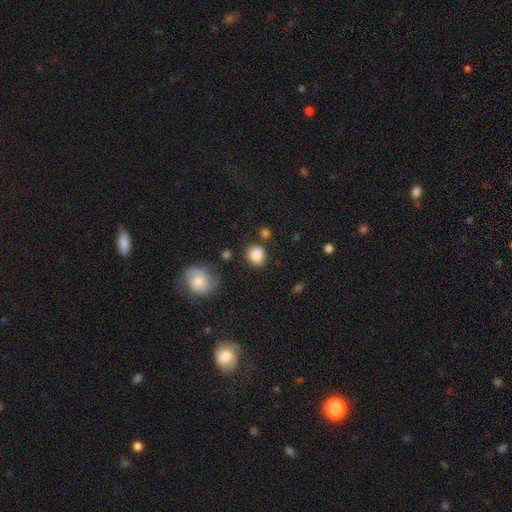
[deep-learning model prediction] Smooth or featured? smooth (86%)
How rounded? round (76%)
Merging? none (73%)